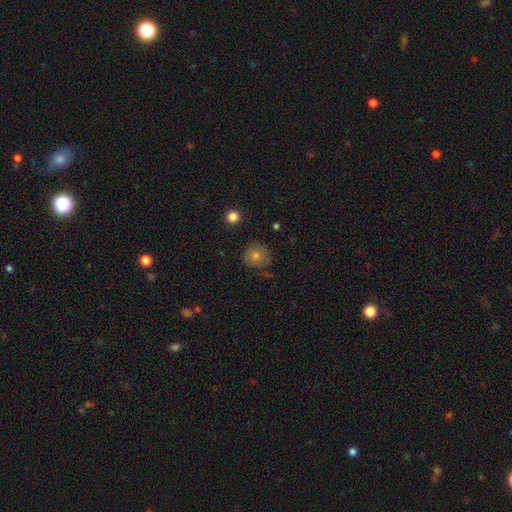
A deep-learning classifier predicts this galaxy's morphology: This appears to be a smooth galaxy with no disk features (68%) that is round (92%). Merging: none (80%).